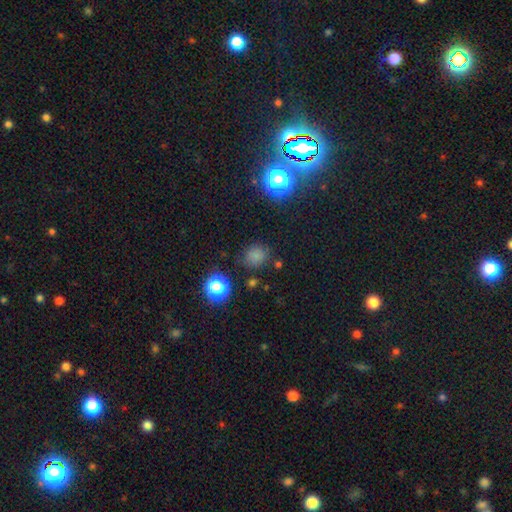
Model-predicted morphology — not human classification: Smooth or featured? smooth (70%)
How rounded? round (75%)
Merging? none (77%)